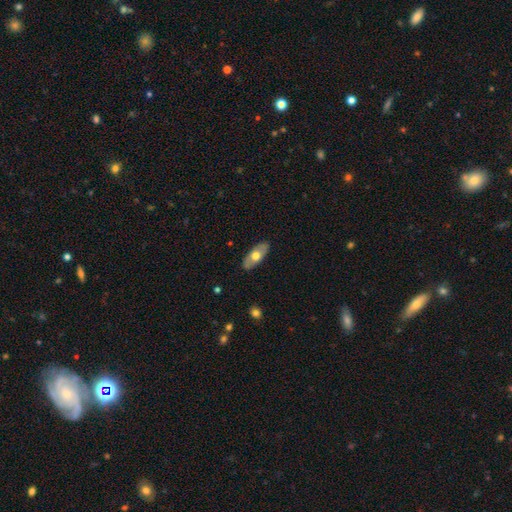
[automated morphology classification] A smooth galaxy with no disk features (56%) that is in between round and cigar-shaped (85%). Merging: none (87%).